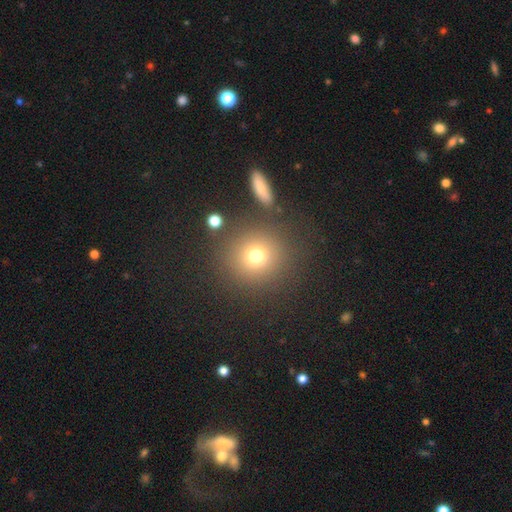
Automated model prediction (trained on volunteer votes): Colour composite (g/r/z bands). It shows a smooth galaxy with no disk features (73%) that is round (90%). Merging: none (82%).